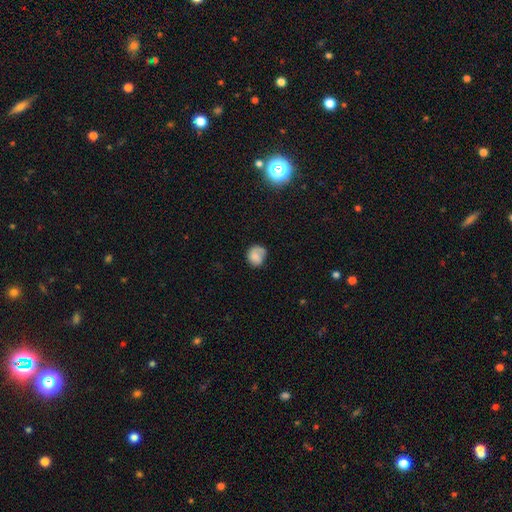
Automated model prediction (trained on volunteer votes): smooth_or_featured: smooth (p=0.69) [alt: featured or disk p=0.22]
how_rounded: round (p=0.74) [alt: in between p=0.25]
merging: none (p=0.57) [alt: minor disturbance p=0.27]